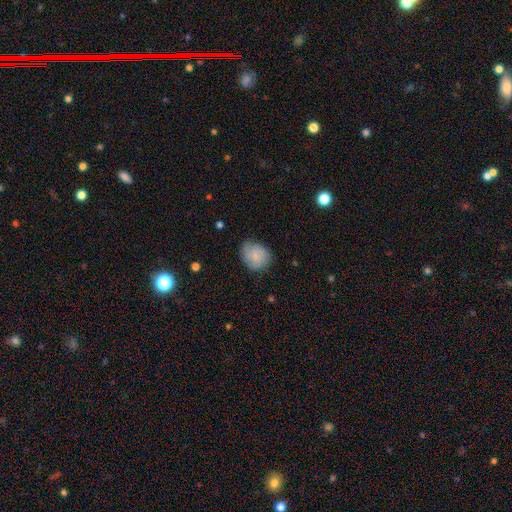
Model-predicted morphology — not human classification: smooth-or-featured: smooth: 68% | featured or disk: 25% | star or artifact: 8%
  how-rounded: round: 64% | in between: 35% | cigar-shaped: 1%
  merging: none: 65% | minor disturbance: 27% | major disturbance: 7% | merger: 1%